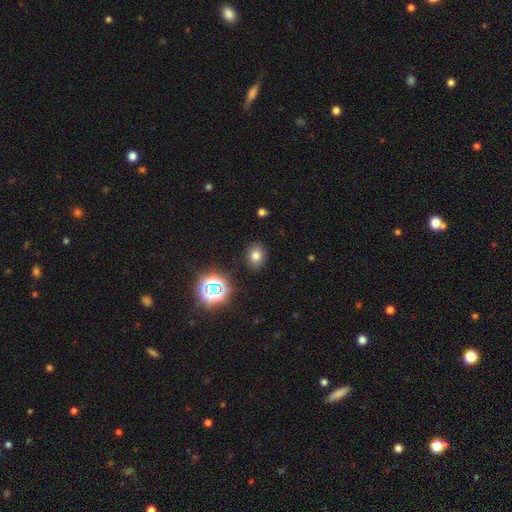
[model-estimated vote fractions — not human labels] A smooth galaxy with no disk features (73%) that is round (56%). Merging: none (87%).